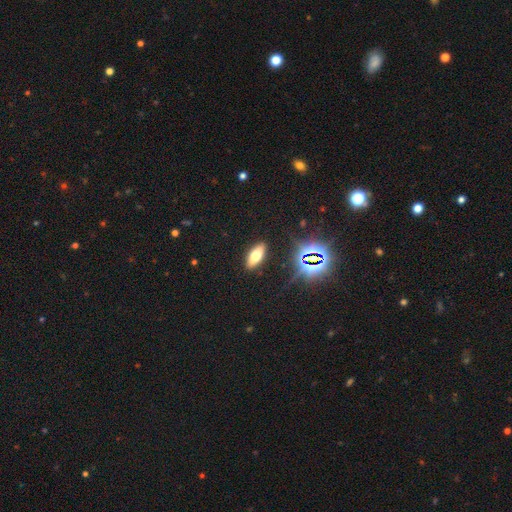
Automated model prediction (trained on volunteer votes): Smooth or featured?
  - smooth: 58% *
  - featured or disk: 22%
  - star or artifact: 19%
How rounded?
  - in between: 74% *
  - cigar-shaped: 21%
  - round: 5%
Merging?
  - none: 89% *
  - minor disturbance: 7%
  - major disturbance: 2%
  - merger: 1%